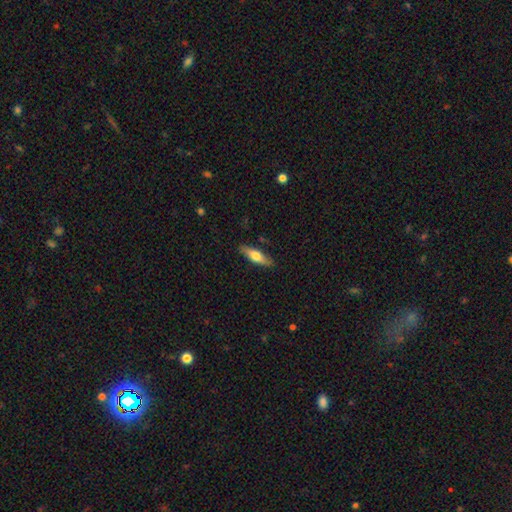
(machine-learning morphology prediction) Smooth or featured?
  - smooth: 59% *
  - featured or disk: 35%
  - star or artifact: 6%
How rounded?
  - cigar-shaped: 55% *
  - in between: 42%
  - round: 2%
Merging?
  - none: 86% *
  - minor disturbance: 11%
  - major disturbance: 2%
  - merger: 1%